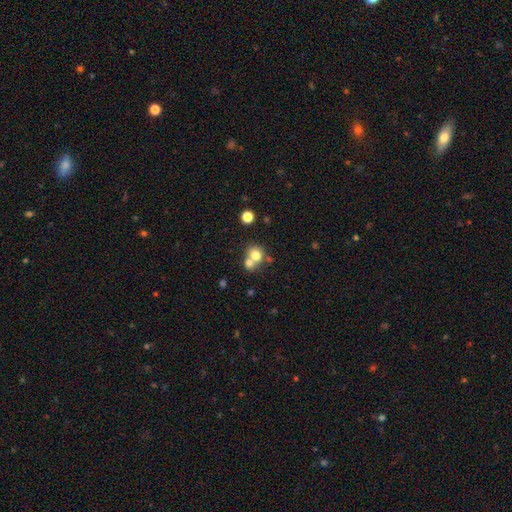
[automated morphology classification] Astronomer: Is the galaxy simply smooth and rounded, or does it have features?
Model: smooth — 73%.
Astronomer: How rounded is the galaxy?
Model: round — 73%.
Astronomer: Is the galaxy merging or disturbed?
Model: merger — 54% (runner-up: none, 36%).